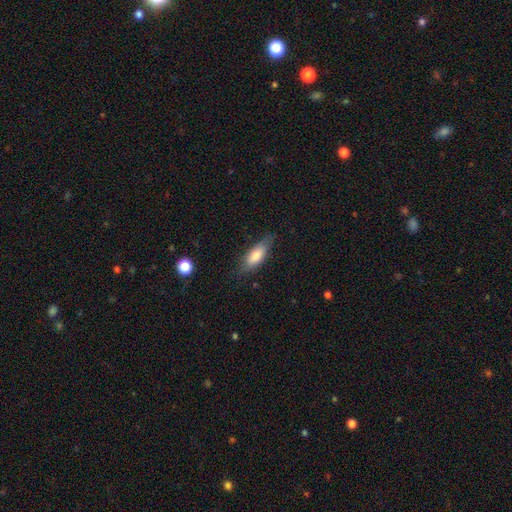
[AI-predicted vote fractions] Smooth or featured: smooth — 74% (featured or disk — 19%)
How rounded: in between — 67% (cigar-shaped — 31%)
Merging: none — 75% (minor disturbance — 19%)